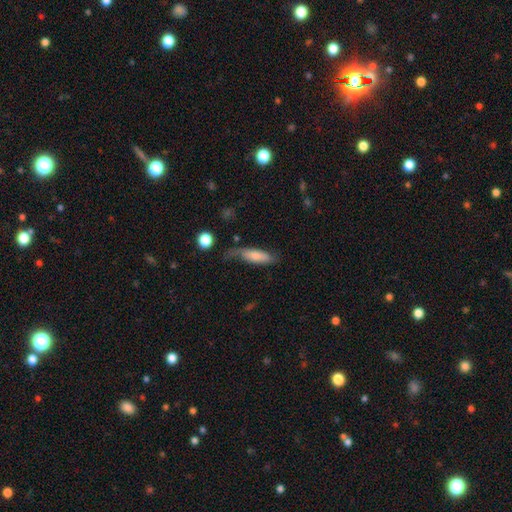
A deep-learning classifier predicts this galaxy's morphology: Smooth or featured? smooth (64%)
How rounded? in between (53%)
Merging? none (43%)